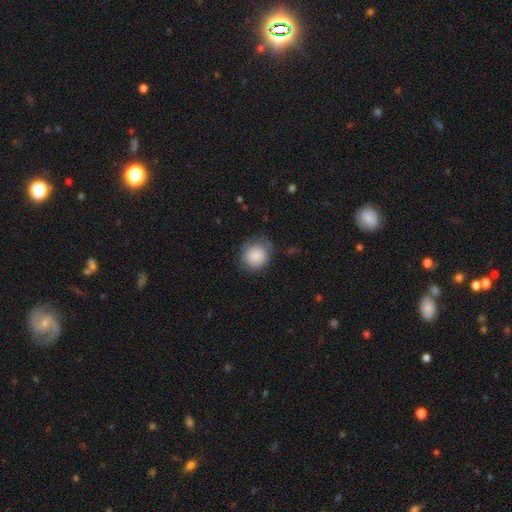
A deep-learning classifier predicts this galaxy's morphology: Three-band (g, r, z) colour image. It shows a smooth galaxy with no disk features (87%) that is round (87%). Merging: none (73%).